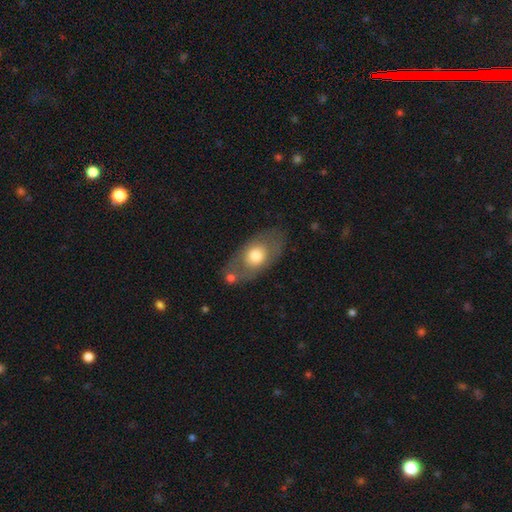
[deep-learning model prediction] Smooth or featured?
  - smooth: 60% *
  - featured or disk: 34%
  - star or artifact: 6%
How rounded?
  - in between: 84% *
  - round: 13%
  - cigar-shaped: 3%
Merging?
  - none: 68% *
  - minor disturbance: 17%
  - merger: 8%
  - major disturbance: 7%